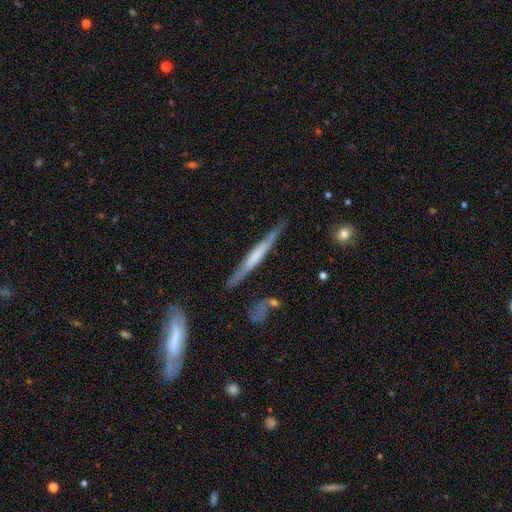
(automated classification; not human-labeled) This is likely a featured or disk galaxy (62%). It is clearly viewed edge-on (93%). Edge-on bulge: possibly none (52%). Merging: likely none (75%).